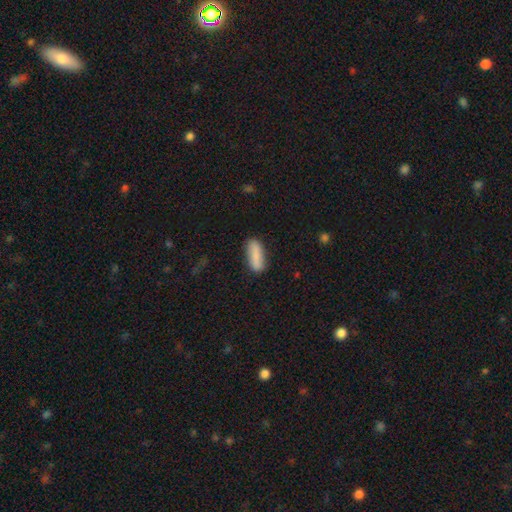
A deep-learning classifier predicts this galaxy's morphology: Overall: smooth (82%). How rounded: in between (63%; cigar-shaped 35%). Merging: none (78%).